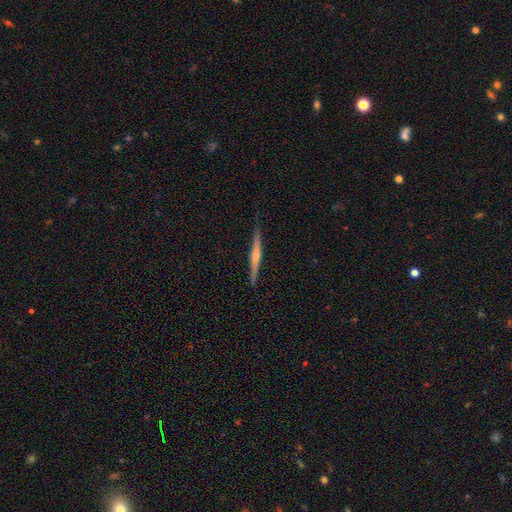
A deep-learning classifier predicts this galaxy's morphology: Smooth or featured: featured or disk — 72% (smooth — 21%)
Edge-on disk: yes — 98% (no — 2%)
Edge-on bulge: rounded — 74% (none — 18%)
Merging: none — 90% (minor disturbance — 8%)